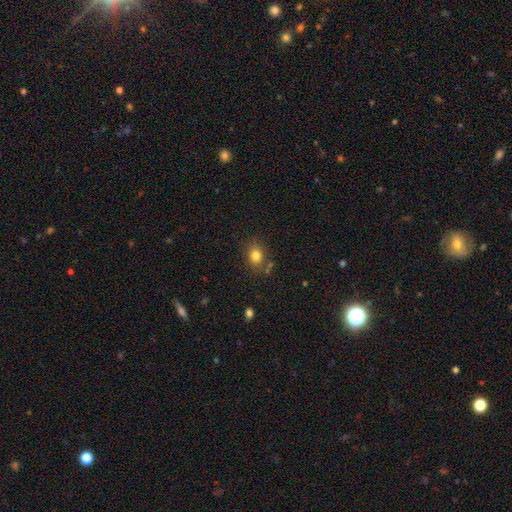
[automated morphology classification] The model was most divided on "how rounded": in between: 53%, round: 45%, cigar-shaped: 1%. More confident: smooth or featured — smooth (81%); merging — none (76%).